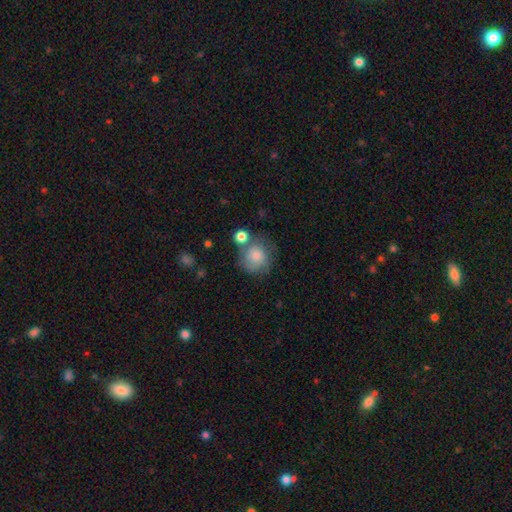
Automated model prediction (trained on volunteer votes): The model was most divided on "merging": none: 54%, minor disturbance: 19%, merger: 19%, major disturbance: 9%. More confident: how rounded — round (87%); smooth or featured — smooth (80%).